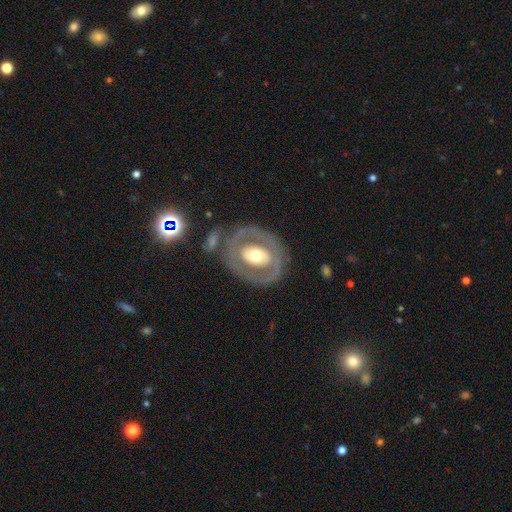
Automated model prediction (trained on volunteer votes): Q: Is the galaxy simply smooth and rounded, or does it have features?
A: featured or disk — 64%.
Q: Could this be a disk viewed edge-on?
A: no — 94%.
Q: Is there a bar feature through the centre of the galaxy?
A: no — 66%.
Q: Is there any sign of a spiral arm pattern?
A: no — 76%.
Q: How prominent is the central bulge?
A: moderate — 63%.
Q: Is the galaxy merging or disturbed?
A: none — 73%.